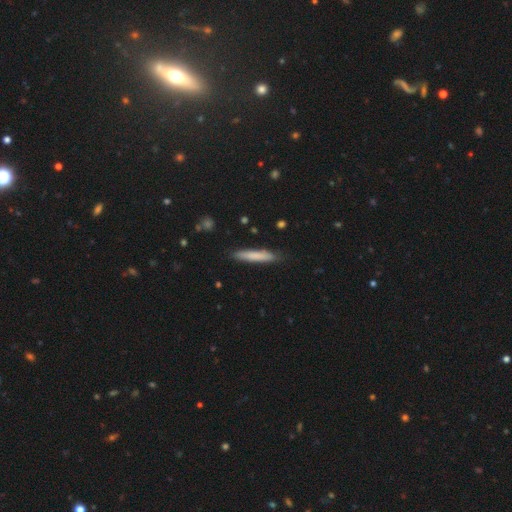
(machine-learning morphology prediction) type=smooth (78%); roundness=cigar-shaped (92%); merging=none (86%).